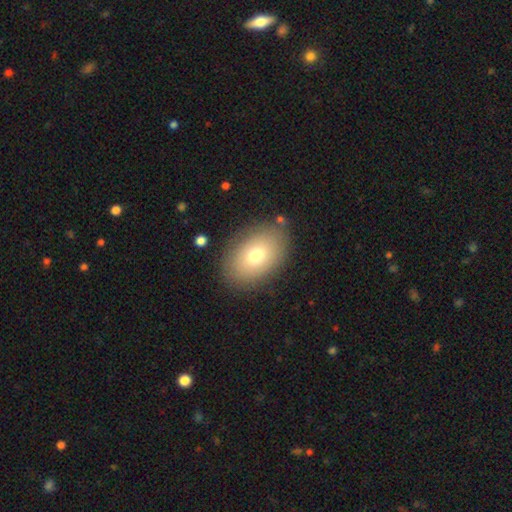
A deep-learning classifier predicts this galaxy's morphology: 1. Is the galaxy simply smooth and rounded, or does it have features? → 73% smooth, 18% featured or disk, 9% star or artifact.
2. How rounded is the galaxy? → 87% in between, 12% round, 1% cigar-shaped.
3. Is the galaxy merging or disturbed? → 84% none, 11% minor disturbance, 3% major disturbance, 2% merger.